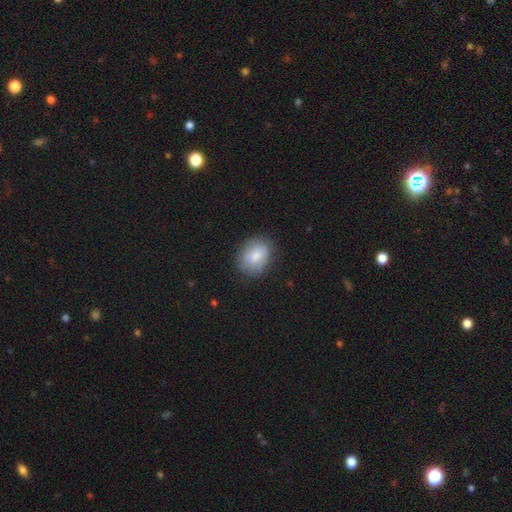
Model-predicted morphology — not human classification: This is likely a smooth galaxy (78%). How rounded: possibly in between (56%). Merging: likely none (77%).